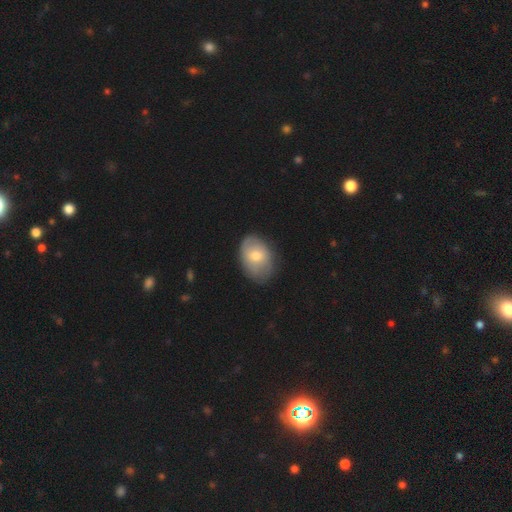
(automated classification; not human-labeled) smooth-or-featured: smooth: 66% | featured or disk: 27% | star or artifact: 7%
  how-rounded: in between: 75% | round: 24% | cigar-shaped: 1%
  merging: none: 71% | minor disturbance: 22% | major disturbance: 5% | merger: 1%